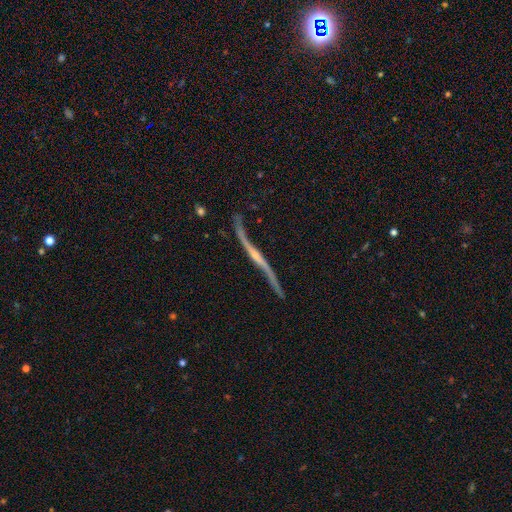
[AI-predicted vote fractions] Smooth or featured?
  - featured or disk: 87% *
  - smooth: 7%
  - star or artifact: 6%
Edge-on disk?
  - yes: 54% *
  - no: 46%
Merging?
  - none: 60% *
  - minor disturbance: 22%
  - major disturbance: 13%
  - merger: 5%